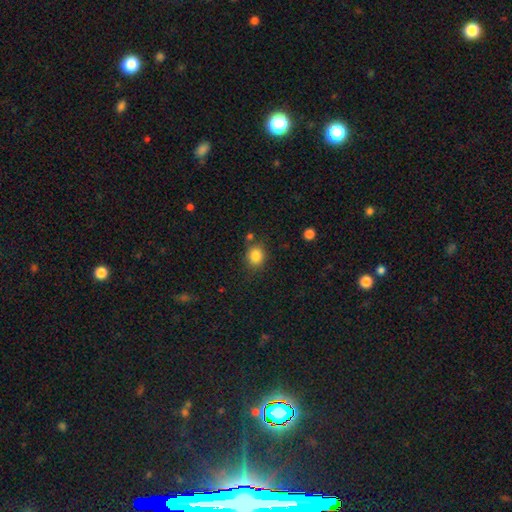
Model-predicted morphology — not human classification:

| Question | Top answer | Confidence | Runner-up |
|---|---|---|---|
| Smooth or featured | smooth | 84% | star or artifact (10%) |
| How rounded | round | 72% | in between (27%) |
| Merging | none | 79% | minor disturbance (12%) |